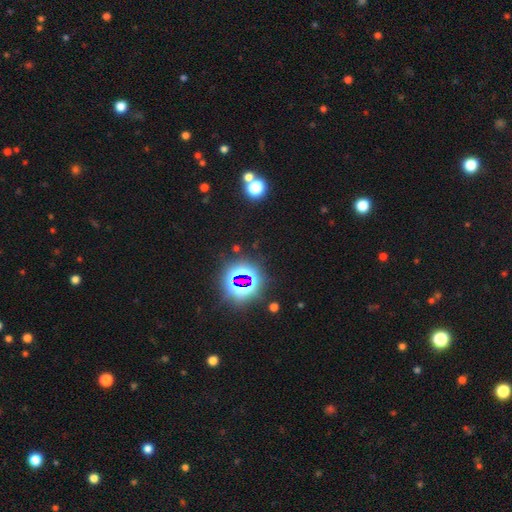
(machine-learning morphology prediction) This is clearly a star or artifact rather than a galaxy (81%).